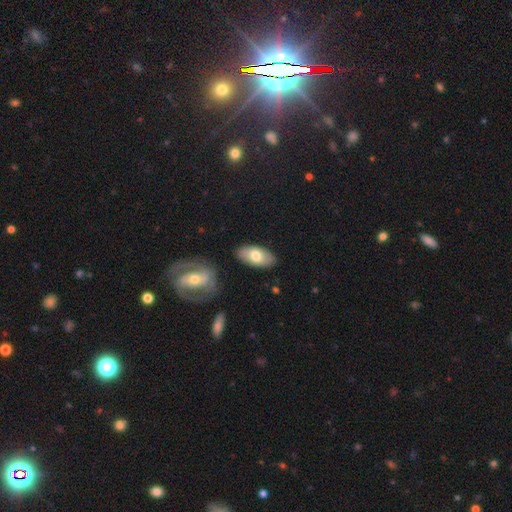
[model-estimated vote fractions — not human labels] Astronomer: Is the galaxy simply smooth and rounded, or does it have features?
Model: smooth — 69%.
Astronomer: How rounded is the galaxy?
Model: in between — 93%.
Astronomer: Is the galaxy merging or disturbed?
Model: none — 83%.